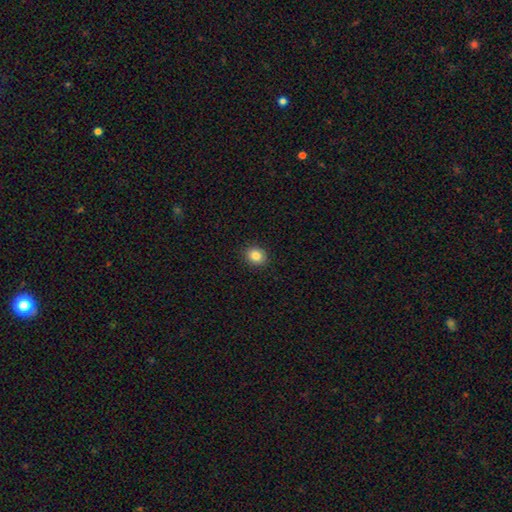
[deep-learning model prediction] The model was most divided on "how rounded": round: 71%, in between: 28%, cigar-shaped: 1%. More confident: merging — none (91%); smooth or featured — smooth (85%).